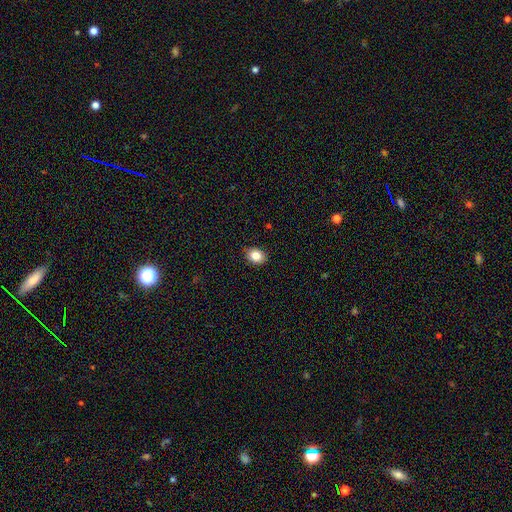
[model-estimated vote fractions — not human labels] The model was most divided on "how rounded": in between: 56%, round: 43%, cigar-shaped: 1%. More confident: merging — none (87%); smooth or featured — smooth (84%).